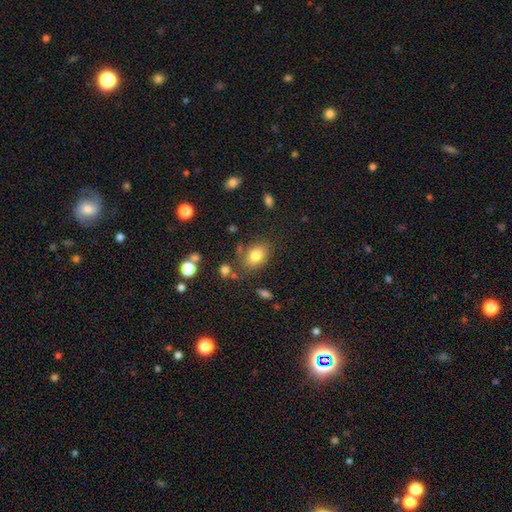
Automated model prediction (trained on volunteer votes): The model was most divided on "how rounded": in between: 74%, round: 25%, cigar-shaped: 1%. More confident: smooth or featured — smooth (79%); merging — none (72%).